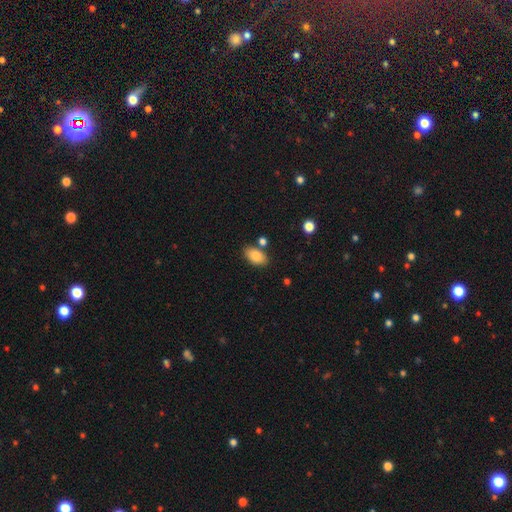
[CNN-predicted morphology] Smooth or featured?
  - smooth: 83% *
  - featured or disk: 9%
  - star or artifact: 8%
How rounded?
  - in between: 92% *
  - round: 7%
  - cigar-shaped: 2%
Merging?
  - none: 78% *
  - minor disturbance: 11%
  - merger: 9%
  - major disturbance: 3%